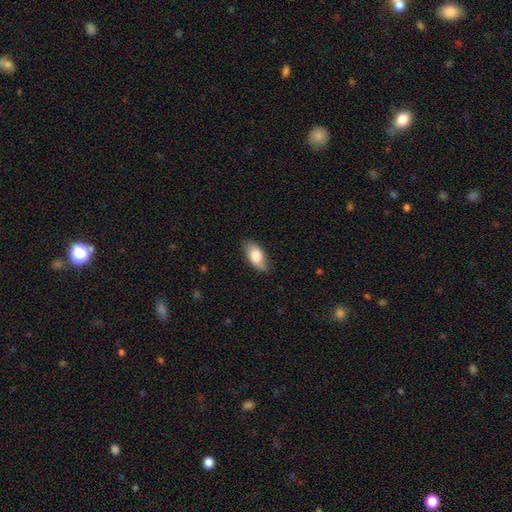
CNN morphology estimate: This is clearly a smooth galaxy (82%). How rounded: clearly in between (91%). Merging: likely none (79%).